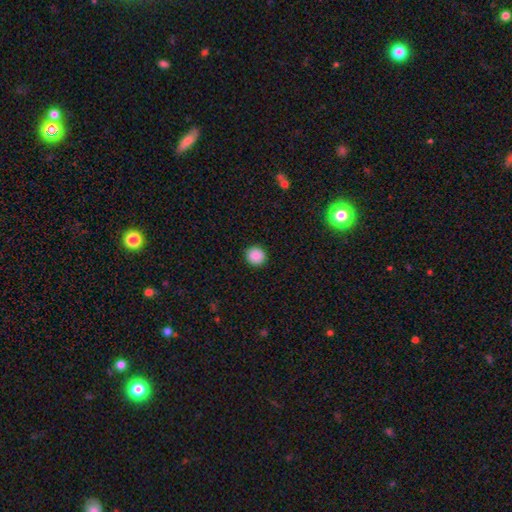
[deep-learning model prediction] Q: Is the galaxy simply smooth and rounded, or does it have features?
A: smooth — 89%.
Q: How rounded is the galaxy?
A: round — 92%.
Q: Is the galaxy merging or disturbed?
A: none — 93%.